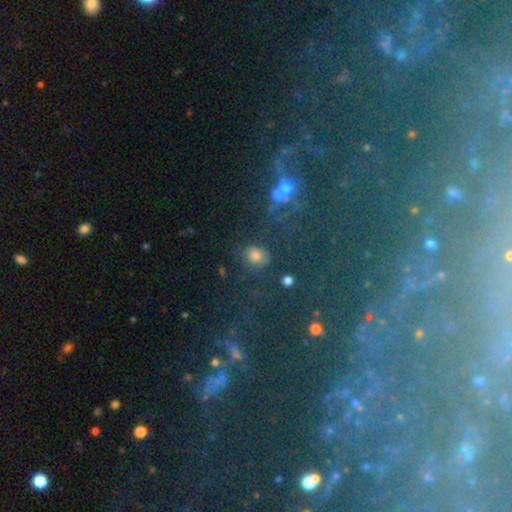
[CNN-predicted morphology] A smooth galaxy with no disk features (65%) that is round (65%).

Vote fractions:
- Smooth or featured? smooth: 65% / star or artifact: 21% / featured or disk: 14%
- How rounded? round: 65% / in between: 33% / cigar-shaped: 2%
- Merging? none: 72% / minor disturbance: 14% / major disturbance: 9% / merger: 5%